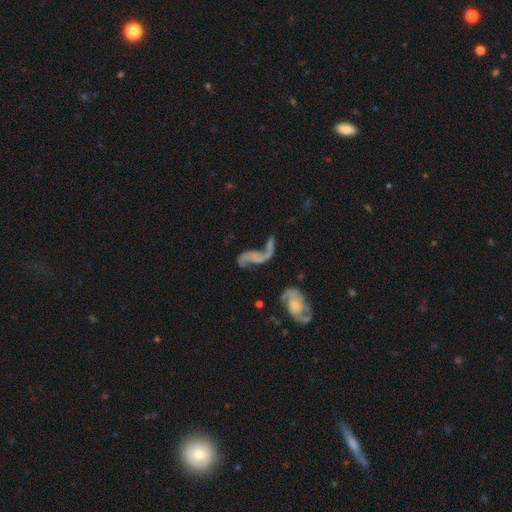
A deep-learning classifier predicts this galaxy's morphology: type=featured or disk (75%); edge-on=no (95%); bar=no (56%); spiral arms=yes (88%); winding=loose (75%); arm count=2 (83%); bulge=none (48%); merging=none (43%).